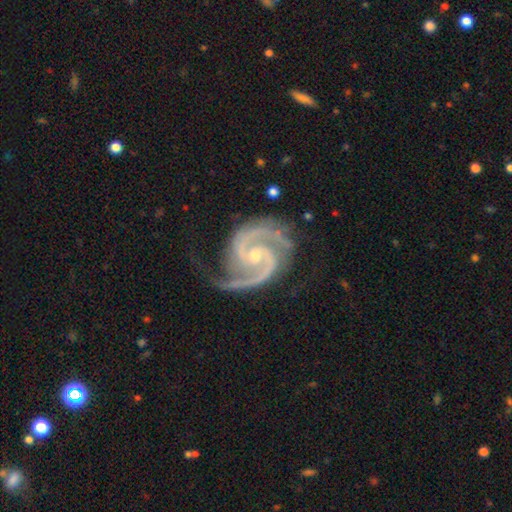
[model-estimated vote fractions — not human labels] featured or disk 94%, star or artifact 4%, smooth 2%. Down the decision tree: edge-on disk — no (98%); bar — no (56%); spiral arms — yes (99%); spiral arm count — 2 (87%); spiral winding — medium (55%); bulge size — small (59%); merging — none (70%).